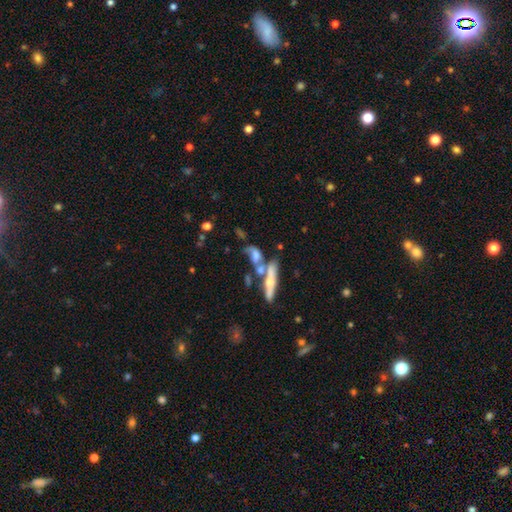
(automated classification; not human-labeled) Smooth or featured? Predicted: featured or disk (p=0.59). Edge-on disk? Predicted: no (p=0.63). Merging? Predicted: merger (p=0.46).